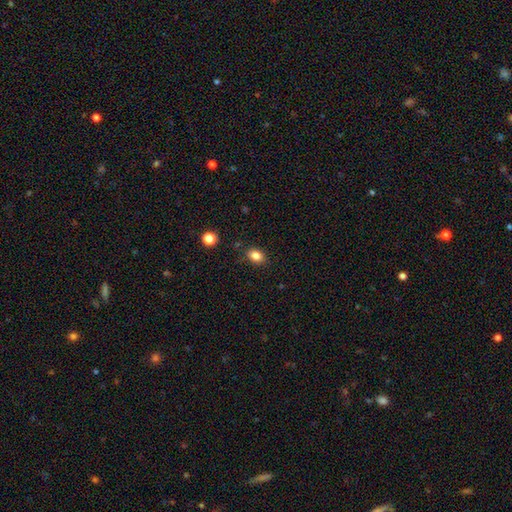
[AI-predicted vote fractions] smooth 84%, star or artifact 11%, featured or disk 6%. Down the decision tree: how rounded — in between (72%); merging — none (83%).